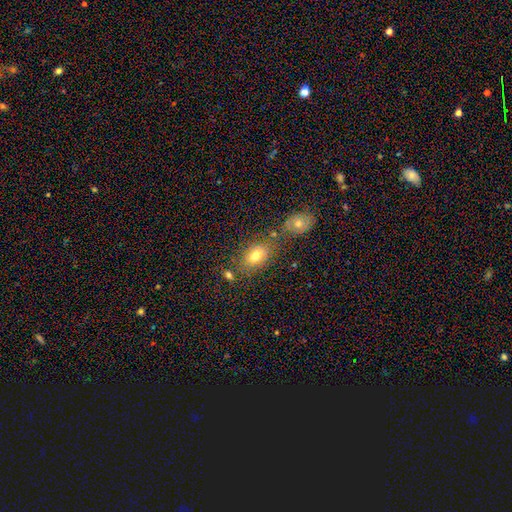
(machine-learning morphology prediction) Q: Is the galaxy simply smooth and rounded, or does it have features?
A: smooth — 75%.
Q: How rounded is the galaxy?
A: in between — 81%.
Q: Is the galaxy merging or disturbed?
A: none — 65%.